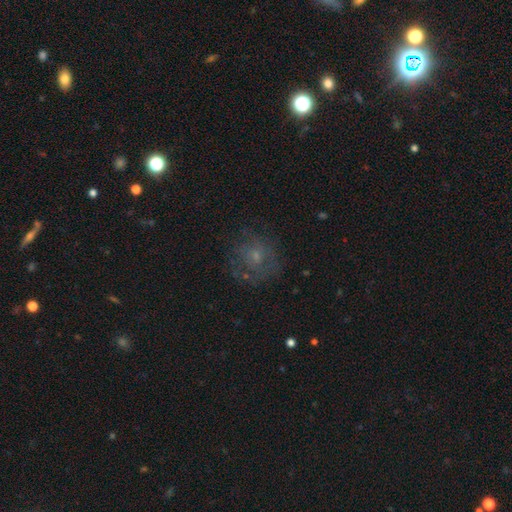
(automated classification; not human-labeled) This is possibly a smooth galaxy (45%). Merging: likely none (67%).